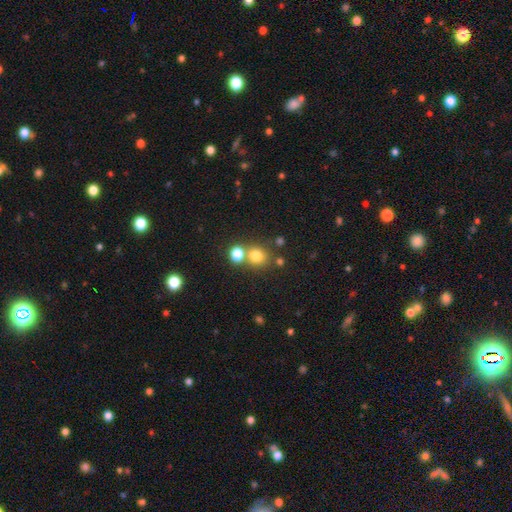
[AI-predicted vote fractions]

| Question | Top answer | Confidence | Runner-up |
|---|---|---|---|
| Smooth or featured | smooth | 75% | star or artifact (16%) |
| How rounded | round | 83% | in between (17%) |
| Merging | none | 61% | merger (28%) |